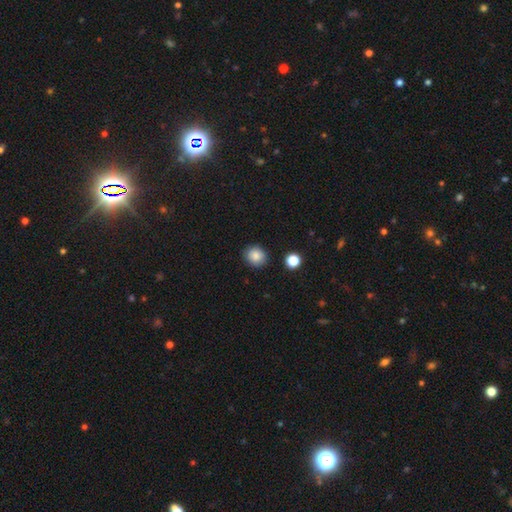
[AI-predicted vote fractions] smooth_or_featured: smooth (p=0.84) [alt: star or artifact p=0.09]
how_rounded: round (p=0.78) [alt: in between p=0.21]
merging: none (p=0.86) [alt: minor disturbance p=0.09]